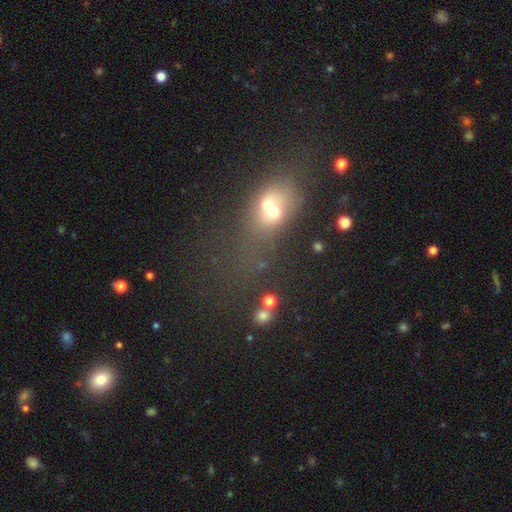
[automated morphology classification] This appears to be a smooth galaxy with no disk features (47%). Merging: none (48%).